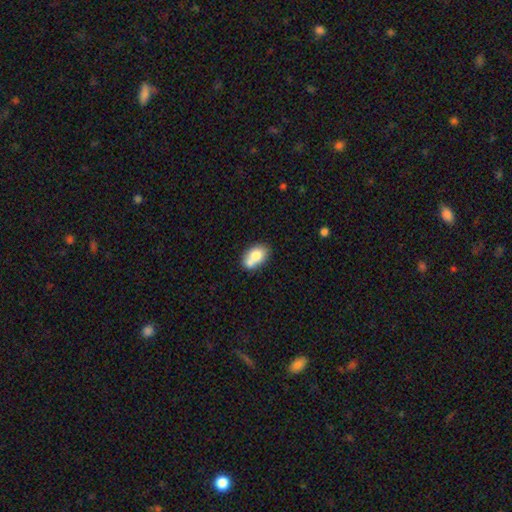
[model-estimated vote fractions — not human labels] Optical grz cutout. It shows a smooth galaxy with no disk features (73%) that is in between round and cigar-shaped (74%). Merging: merger (44%).